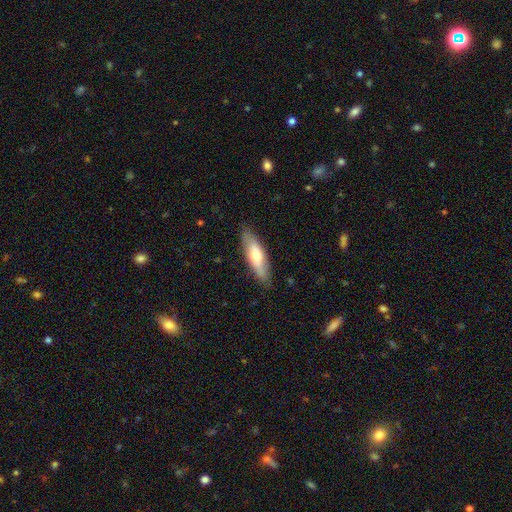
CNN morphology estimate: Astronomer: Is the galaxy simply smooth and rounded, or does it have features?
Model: smooth — 59% (runner-up: featured or disk, 36%).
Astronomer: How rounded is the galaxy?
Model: cigar-shaped — 52% (runner-up: in between, 46%).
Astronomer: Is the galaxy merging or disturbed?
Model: none — 83%.